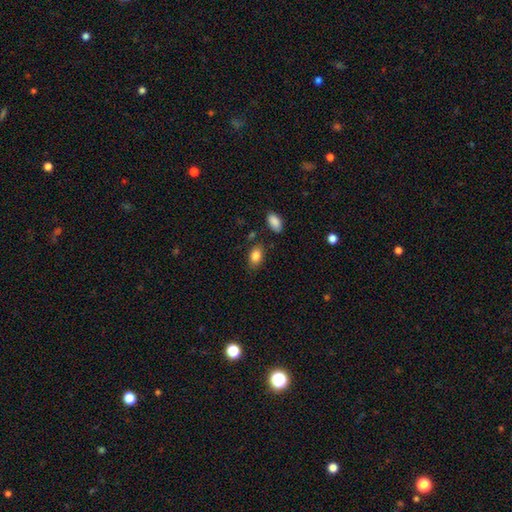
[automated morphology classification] Smooth or featured: smooth — 85% (star or artifact — 8%)
How rounded: in between — 88% (round — 10%)
Merging: none — 78% (minor disturbance — 14%)